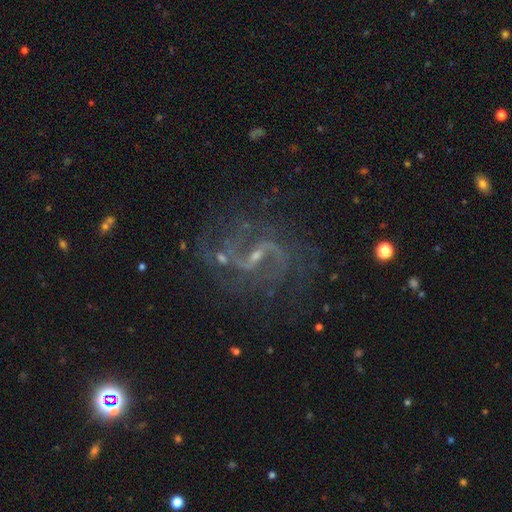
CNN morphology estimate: Smooth or featured? Predicted: featured or disk (p=0.81). Edge-on disk? Predicted: no (p=0.96). Bar? Predicted: weak (p=0.51). Spiral arms? Predicted: yes (p=0.93). Spiral winding? Predicted: loose (p=0.45). Spiral arm count? Predicted: 2 (p=0.73). Bulge size? Predicted: small (p=0.67). Merging? Predicted: none (p=0.71).